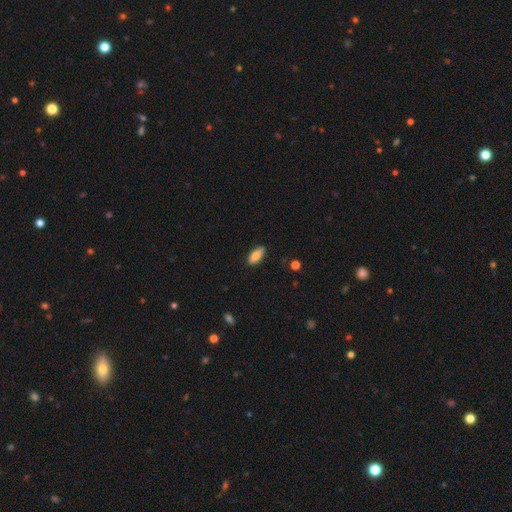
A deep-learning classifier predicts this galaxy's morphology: The model was most divided on "how rounded": in between: 79%, cigar-shaped: 18%, round: 2%. More confident: merging — none (87%); smooth or featured — smooth (82%).